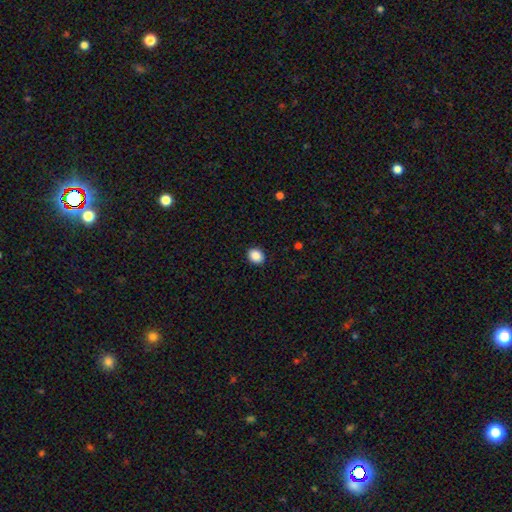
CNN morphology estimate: Smooth or featured: smooth — 88% (star or artifact — 9%)
How rounded: round — 62% (in between — 37%)
Merging: none — 90% (minor disturbance — 7%)